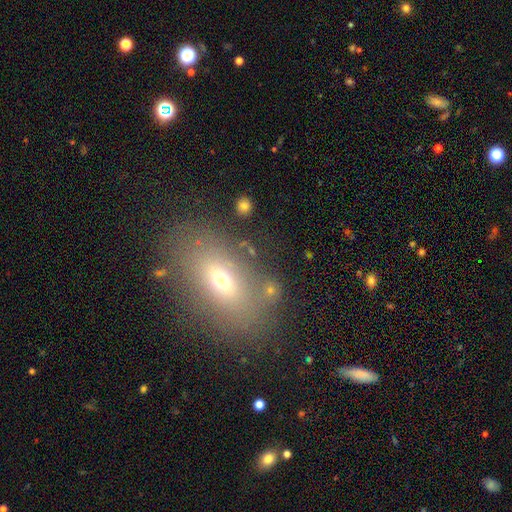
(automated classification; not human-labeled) Overall: smooth (58%; featured or disk 24%). How rounded: in between (85%). Merging: none (81%).